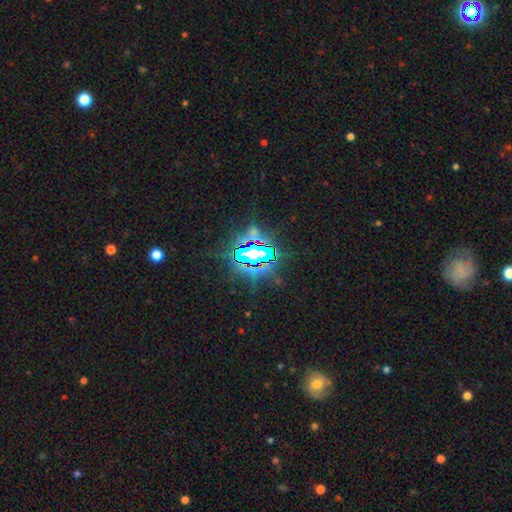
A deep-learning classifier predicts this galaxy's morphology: A star or artifact, not a galaxy (82%).